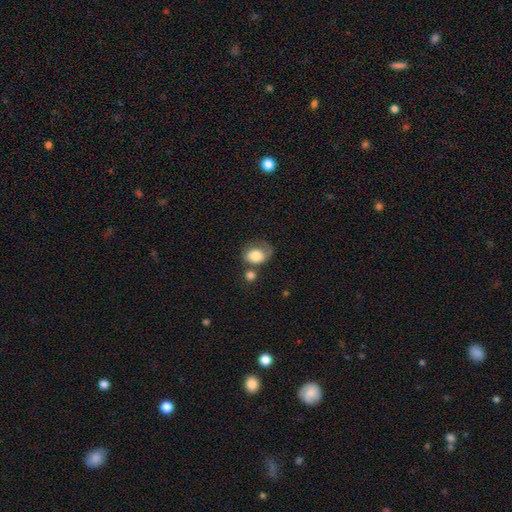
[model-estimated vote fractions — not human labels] Morphology: type=smooth (75%); roundness=in between (59%); merging=none (34%).